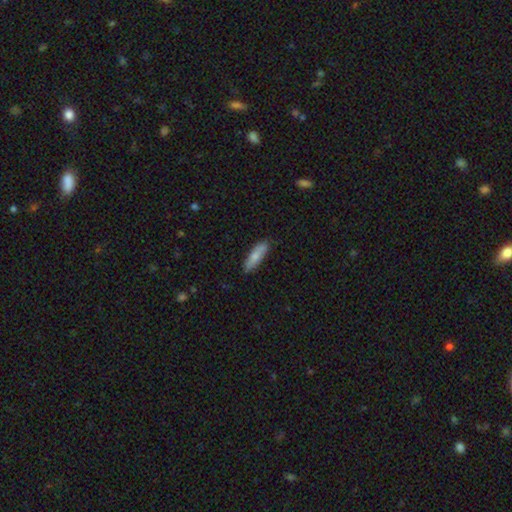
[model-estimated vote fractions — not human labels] Overall: smooth (75%). How rounded: cigar-shaped (53%; in between 45%). Merging: none (81%).